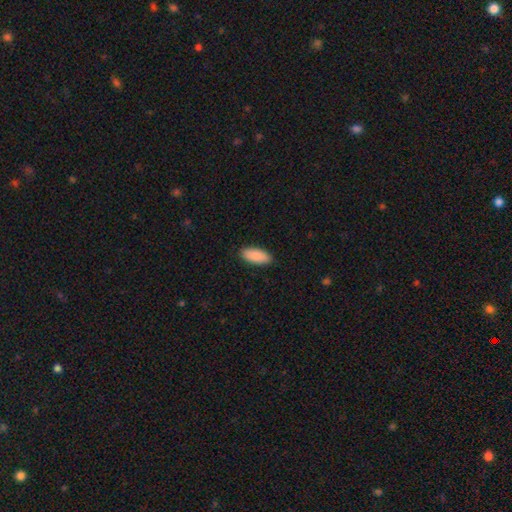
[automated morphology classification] Overall: smooth (90%). How rounded: in between (87%). Merging: none (89%).